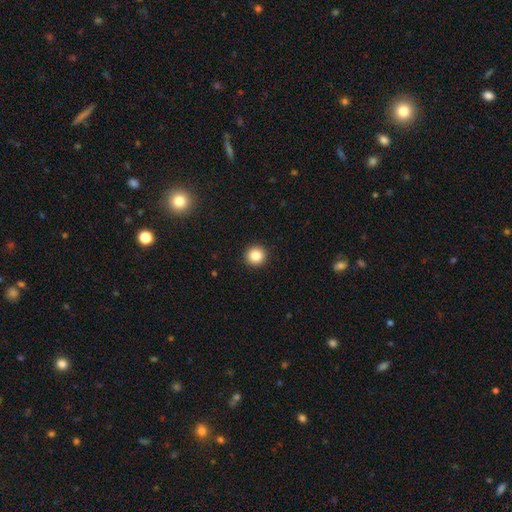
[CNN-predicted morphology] Smooth or featured?
  - smooth: 85% *
  - star or artifact: 10%
  - featured or disk: 5%
How rounded?
  - round: 95% *
  - in between: 4%
  - cigar-shaped: 1%
Merging?
  - none: 93% *
  - minor disturbance: 4%
  - major disturbance: 1%
  - merger: 1%